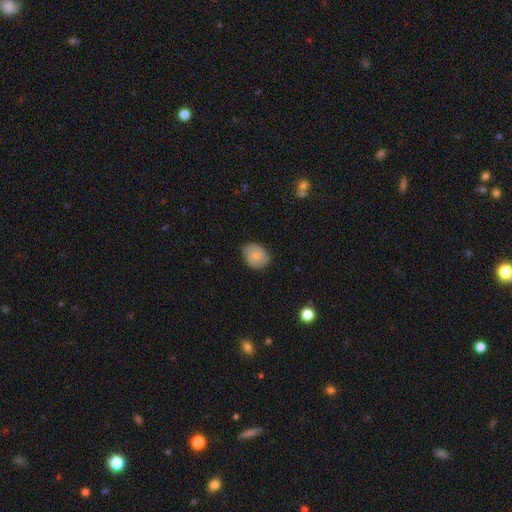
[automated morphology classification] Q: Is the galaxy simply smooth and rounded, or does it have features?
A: smooth — 56%.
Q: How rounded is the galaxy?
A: round — 52%.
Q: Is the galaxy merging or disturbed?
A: none — 73%.